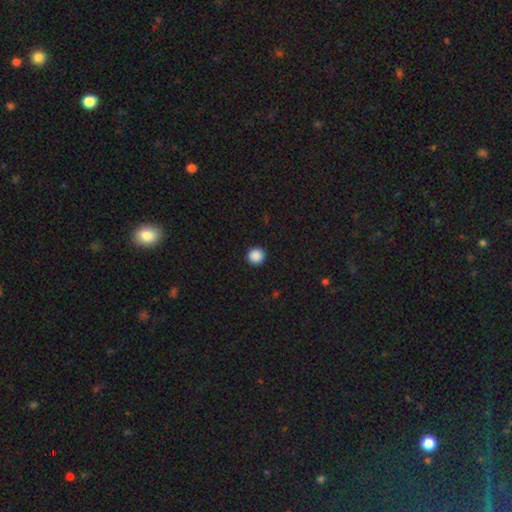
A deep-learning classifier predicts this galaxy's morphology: A smooth galaxy with no disk features (88%) that is round (96%). Merging: none (93%).